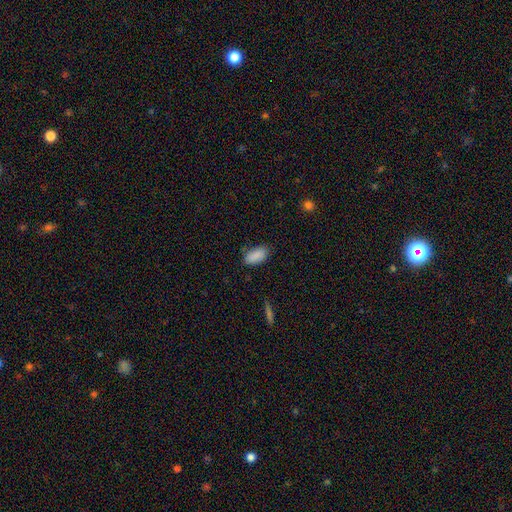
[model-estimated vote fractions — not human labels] Smooth or featured? smooth (89%)
How rounded? in between (92%)
Merging? none (79%)